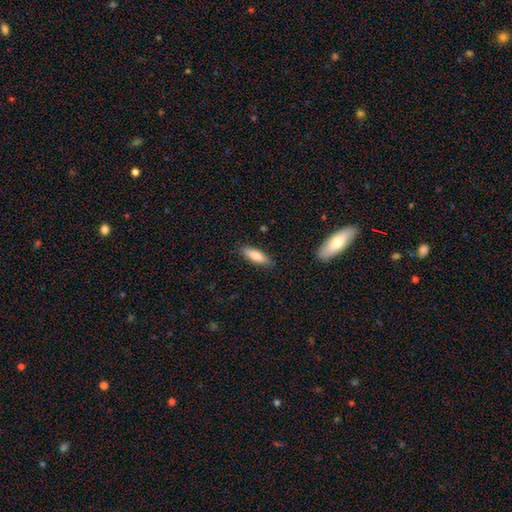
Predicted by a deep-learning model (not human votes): Morphology: type=smooth (79%); roundness=cigar-shaped (51%); merging=none (86%).